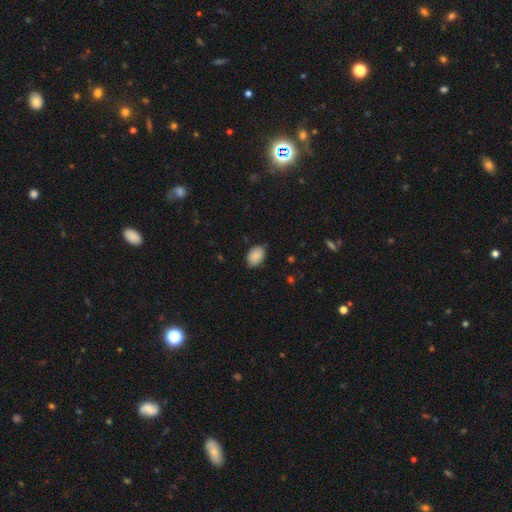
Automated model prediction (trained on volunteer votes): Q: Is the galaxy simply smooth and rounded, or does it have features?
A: smooth — 89%.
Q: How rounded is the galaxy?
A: in between — 85%.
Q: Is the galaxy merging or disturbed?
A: none — 83%.